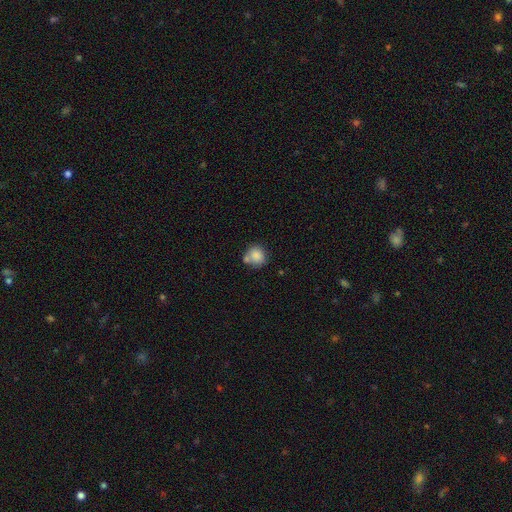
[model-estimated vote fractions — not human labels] Smooth or featured? Predicted: smooth (p=0.84). How rounded? Predicted: round (p=0.85). Merging? Predicted: none (p=0.59).